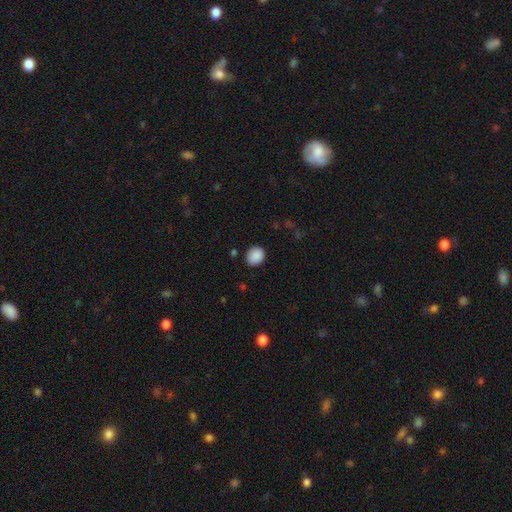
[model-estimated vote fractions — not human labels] Morphology: type=smooth (89%); roundness=round (60%); merging=none (83%).